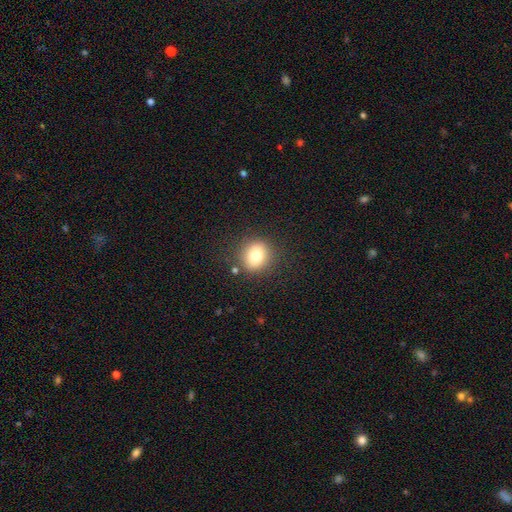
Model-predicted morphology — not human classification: Overall: smooth (79%). How rounded: round (76%). Merging: none (85%).